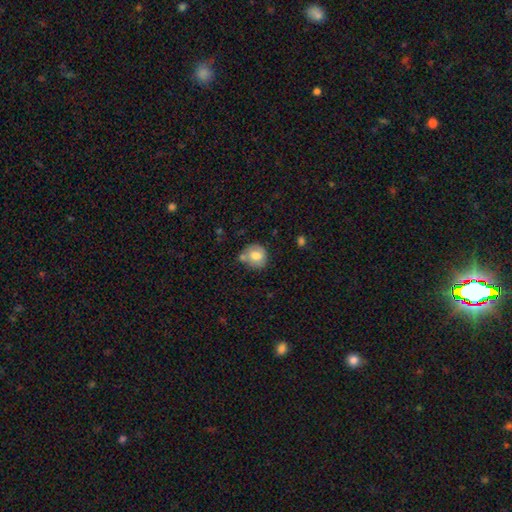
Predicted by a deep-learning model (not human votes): smooth_or_featured: smooth (p=0.73) [alt: featured or disk p=0.19]
how_rounded: round (p=0.84) [alt: in between p=0.15]
merging: none (p=0.58) [alt: minor disturbance p=0.19]